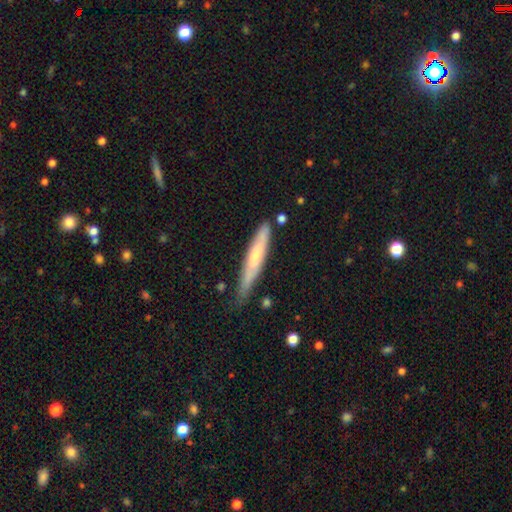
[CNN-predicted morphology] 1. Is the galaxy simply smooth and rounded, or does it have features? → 53% smooth, 42% featured or disk, 6% star or artifact.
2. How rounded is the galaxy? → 92% cigar-shaped, 7% in between, 1% round.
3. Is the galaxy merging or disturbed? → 68% none, 25% minor disturbance, 4% major disturbance, 3% merger.